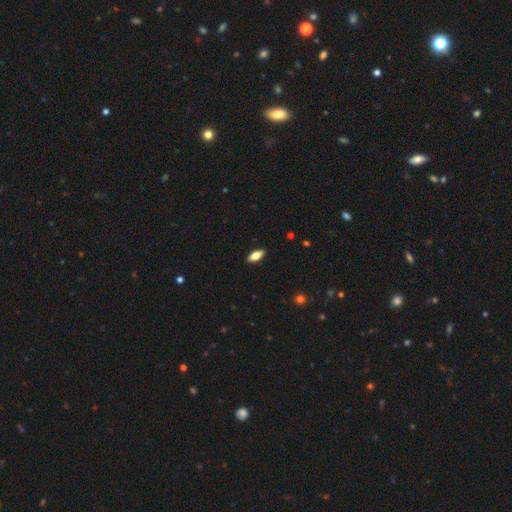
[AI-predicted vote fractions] Smooth or featured? smooth (72%)
How rounded? in between (82%)
Merging? none (90%)